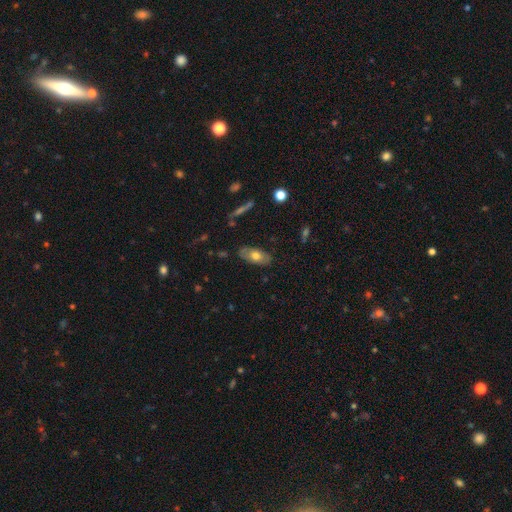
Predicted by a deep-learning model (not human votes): The model was most divided on "smooth or featured": smooth: 62%, featured or disk: 31%, star or artifact: 7%. More confident: how rounded — in between (88%); merging — none (81%).